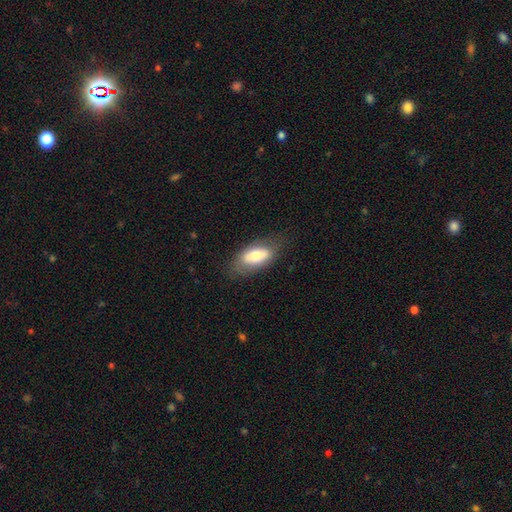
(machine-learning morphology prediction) Q: Smooth or featured?
A: smooth (64%); runner-up: featured or disk (29%)
Q: How rounded?
A: in between (89%); runner-up: cigar-shaped (7%)
Q: Merging?
A: none (75%); runner-up: minor disturbance (18%)